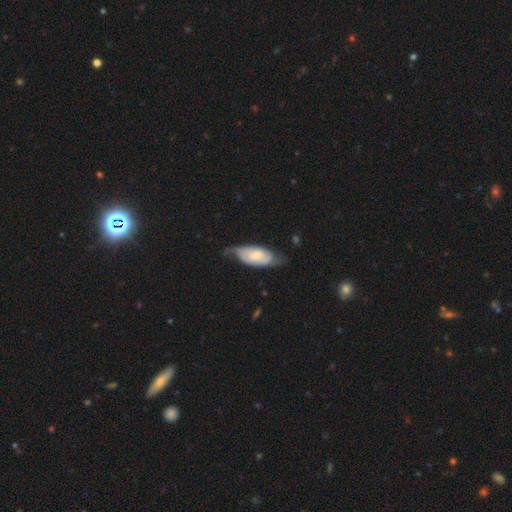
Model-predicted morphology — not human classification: A featured or disk galaxy (56%).

Vote fractions:
- Smooth or featured? featured or disk: 56% / smooth: 38% / star or artifact: 5%
- Edge-on disk? no: 87% / yes: 13%
- Merging? none: 49% / minor disturbance: 33% / major disturbance: 16% / merger: 2%